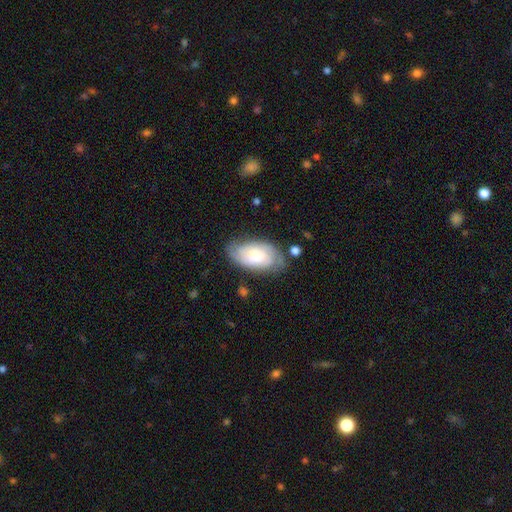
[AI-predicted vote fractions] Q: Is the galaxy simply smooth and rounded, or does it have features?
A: featured or disk — 61%.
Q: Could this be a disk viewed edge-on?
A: no — 94%.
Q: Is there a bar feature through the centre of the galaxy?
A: no — 67%.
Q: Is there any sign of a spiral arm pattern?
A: yes — 90%.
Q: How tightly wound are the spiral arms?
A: tight — 52%.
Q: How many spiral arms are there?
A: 2 — 51%.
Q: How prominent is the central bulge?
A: moderate — 46%.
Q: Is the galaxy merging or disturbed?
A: none — 70%.